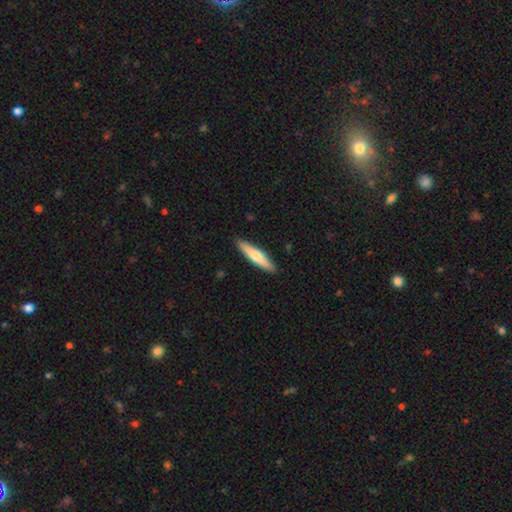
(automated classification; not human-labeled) Q: Smooth or featured?
A: smooth (60%); runner-up: featured or disk (35%)
Q: How rounded?
A: cigar-shaped (84%); runner-up: in between (15%)
Q: Merging?
A: none (90%); runner-up: minor disturbance (7%)